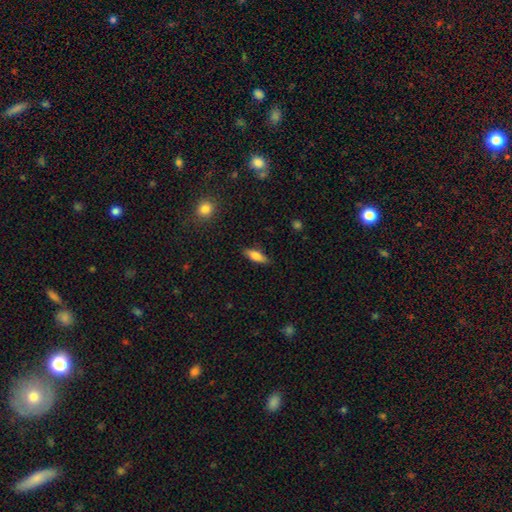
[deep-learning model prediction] Q: Smooth or featured?
A: smooth (75%); runner-up: featured or disk (18%)
Q: How rounded?
A: in between (58%); runner-up: cigar-shaped (39%)
Q: Merging?
A: none (85%); runner-up: minor disturbance (11%)